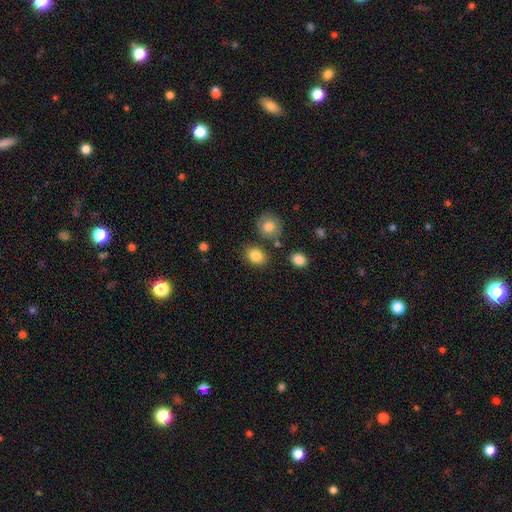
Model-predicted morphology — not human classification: Smooth or featured? smooth (84%)
How rounded? in between (55%)
Merging? none (76%)